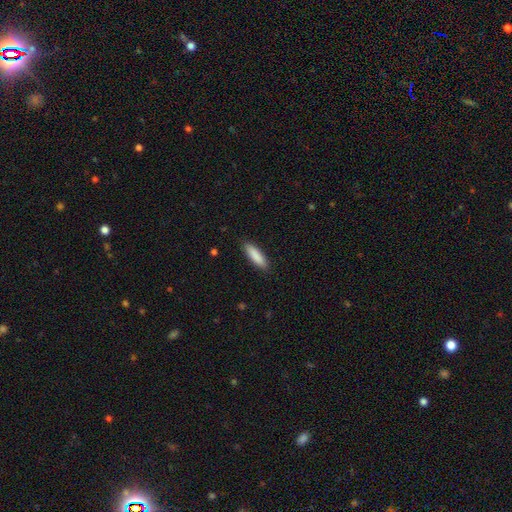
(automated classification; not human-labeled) A smooth galaxy with no disk features (88%) that is cigar-shaped (63%). Merging: none (88%).